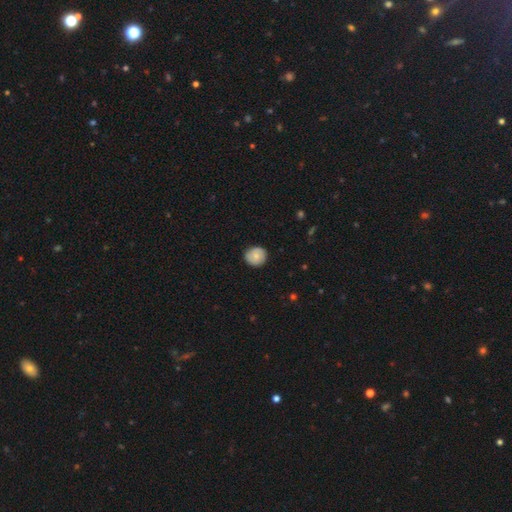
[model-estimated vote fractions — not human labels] The model was most divided on "smooth or featured": smooth: 73%, featured or disk: 20%, star or artifact: 7%. More confident: how rounded — round (85%); merging — none (84%).